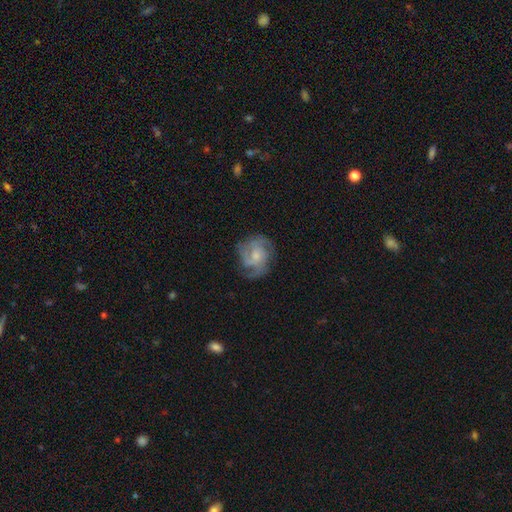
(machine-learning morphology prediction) A featured or disk galaxy (78%) with no bar (70%), 3 (43%) medium (46%) spiral arms (94%) and a moderate central bulge (44%). Merging: none (68%).